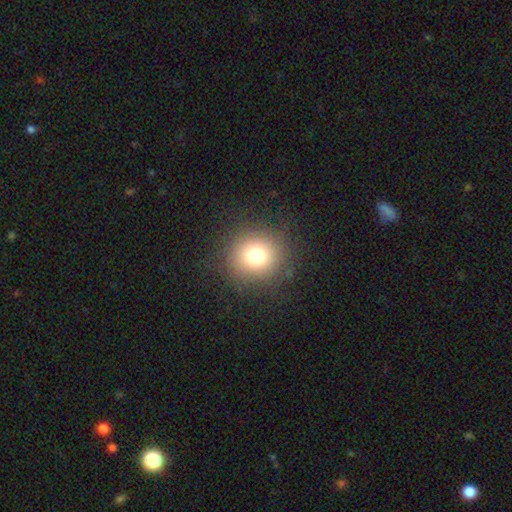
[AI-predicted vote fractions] A smooth galaxy with no disk features (76%) that is round (90%).

Vote fractions:
- Smooth or featured? smooth: 76% / star or artifact: 14% / featured or disk: 10%
- How rounded? round: 90% / in between: 9% / cigar-shaped: 1%
- Merging? none: 86% / minor disturbance: 8% / major disturbance: 4% / merger: 1%